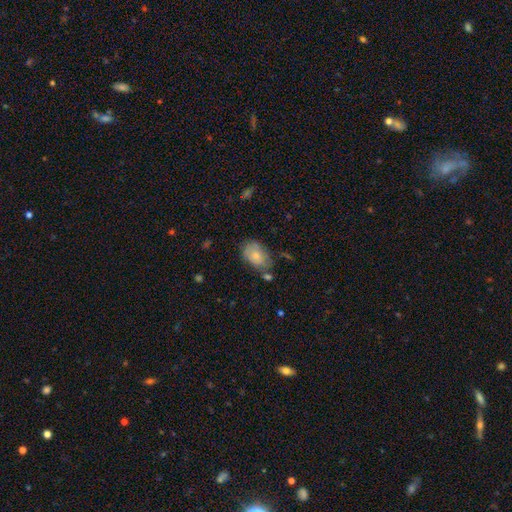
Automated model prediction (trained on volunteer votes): smooth 74%, featured or disk 19%, star or artifact 7%. Down the decision tree: how rounded — in between (88%); merging — none (58%).